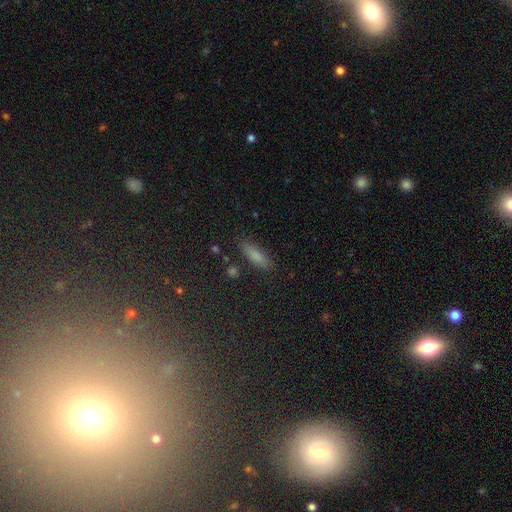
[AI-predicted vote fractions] smooth_or_featured: smooth (p=0.80) [alt: star or artifact p=0.11]
how_rounded: in between (p=0.49) [tied with: cigar-shaped p=0.49]
merging: none (p=0.82) [alt: minor disturbance p=0.13]